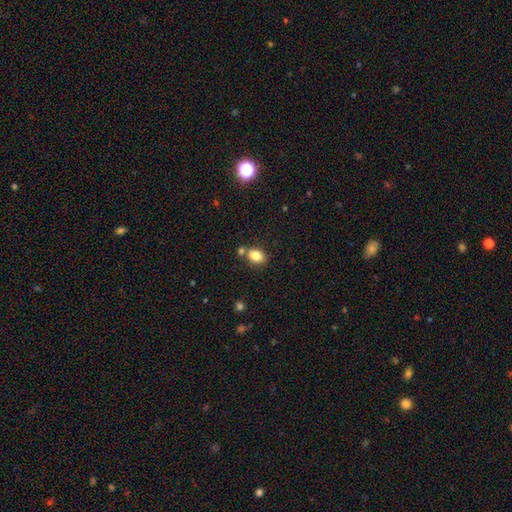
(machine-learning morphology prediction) smooth-or-featured: smooth: 82% | star or artifact: 10% | featured or disk: 8%
  how-rounded: in between: 71% | round: 27% | cigar-shaped: 1%
  merging: none: 68% | merger: 17% | minor disturbance: 12% | major disturbance: 3%